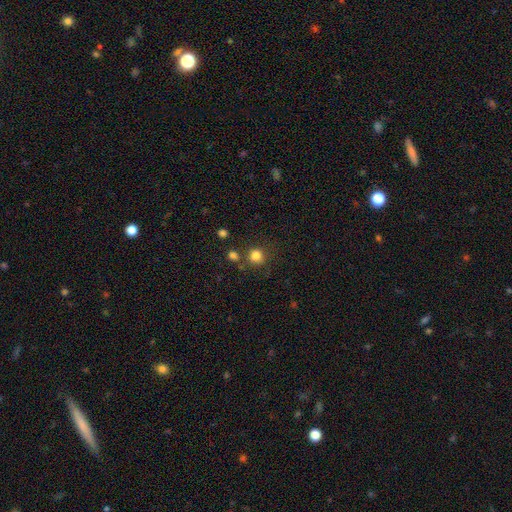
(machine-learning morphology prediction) smooth 82%, star or artifact 13%, featured or disk 5%. Down the decision tree: how rounded — round (92%); merging — none (78%).